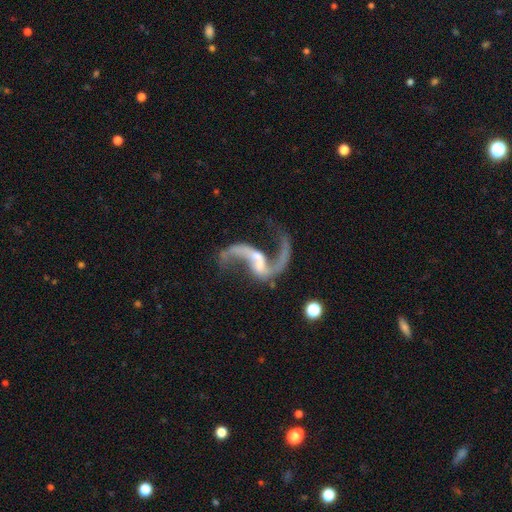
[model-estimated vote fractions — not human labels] This is clearly a featured or disk galaxy (91%). It is clearly not viewed edge-on (97%). Bar: marginally weak (44%). Spiral arm pattern: clearly yes (95%). Spiral arm count: clearly 2 (93%). Spiral winding: clearly loose (91%). Central bulge: possibly small (47%). Merging: possibly none (53%).